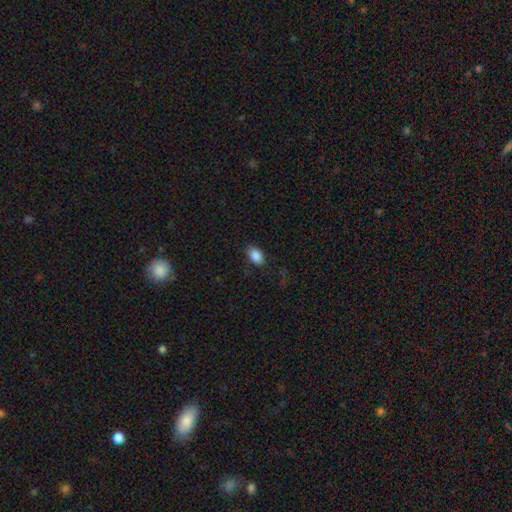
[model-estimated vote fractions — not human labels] Smooth or featured: smooth — 87% (star or artifact — 8%)
How rounded: in between — 88% (round — 11%)
Merging: none — 82% (minor disturbance — 13%)